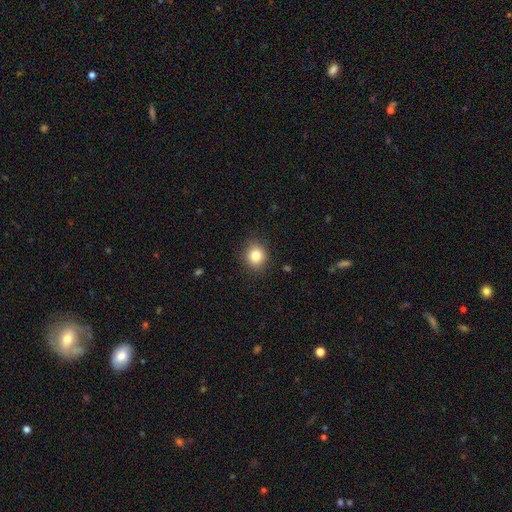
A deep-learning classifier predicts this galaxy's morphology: Smooth or featured: smooth — 83% (star or artifact — 11%)
How rounded: round — 81% (in between — 18%)
Merging: none — 88% (minor disturbance — 9%)